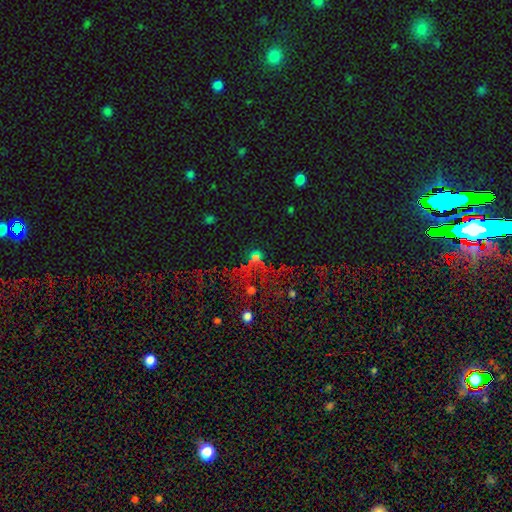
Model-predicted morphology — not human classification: A star or artifact, not a galaxy (58%).